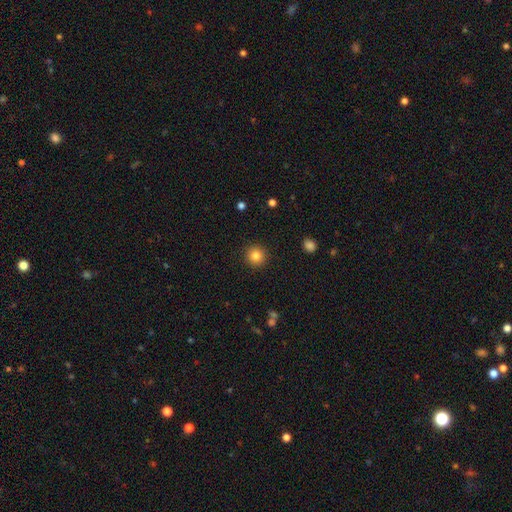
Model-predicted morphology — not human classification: A smooth galaxy with no disk features (83%) that is round (95%).

Vote fractions:
- Smooth or featured? smooth: 83% / star or artifact: 11% / featured or disk: 6%
- How rounded? round: 95% / in between: 4% / cigar-shaped: 1%
- Merging? none: 92% / minor disturbance: 5% / major disturbance: 2% / merger: 1%